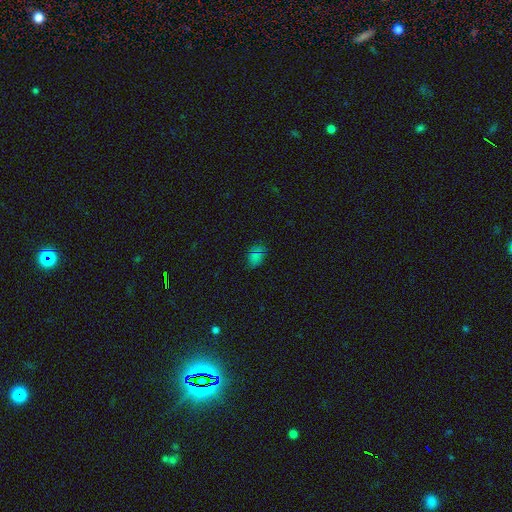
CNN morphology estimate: Overall: smooth (68%). How rounded: in between (77%). Merging: none (73%).